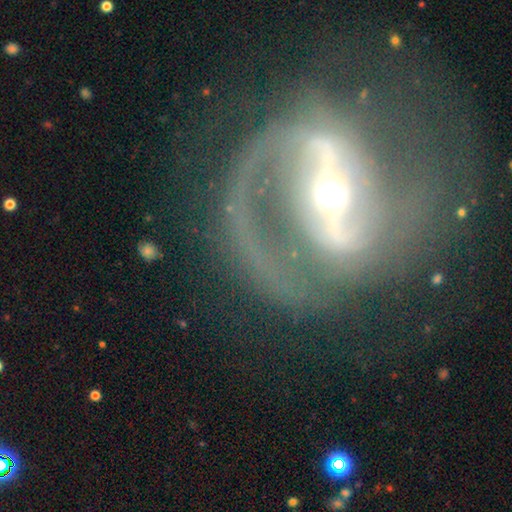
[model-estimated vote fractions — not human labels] Smooth or featured? featured or disk (83%)
Edge-on disk? no (92%)
Bar? strong (70%)
Spiral arms? yes (76%)
Spiral winding? medium (45%)
Spiral arm count? 2 (83%)
Bulge size? moderate (65%)
Merging? none (68%)